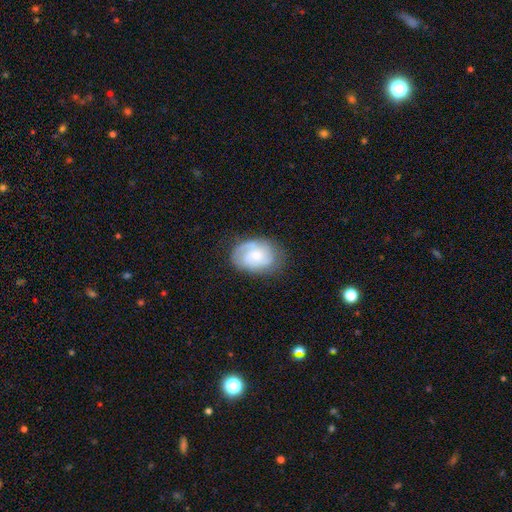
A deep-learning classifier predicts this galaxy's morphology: This is likely a featured or disk galaxy (66%). It is clearly not viewed edge-on (97%). Bar: likely no (69%). Spiral arm pattern: clearly yes (90%). Spiral arm count: marginally 2 (43%). Spiral winding: possibly tight (52%). Central bulge: possibly small (50%). Merging: likely none (72%).